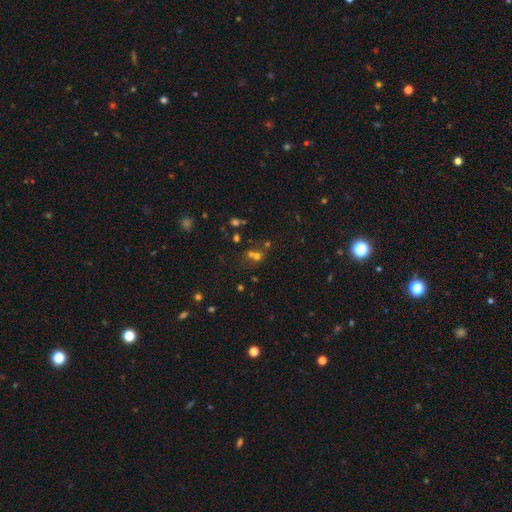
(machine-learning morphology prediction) A smooth galaxy with no disk features (53%) that is round (78%). Merging: merger (47%).